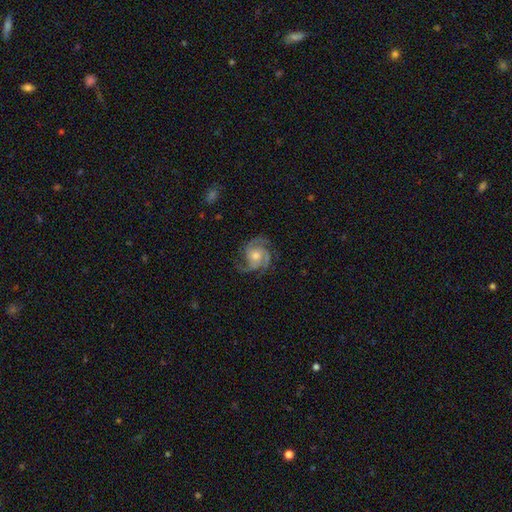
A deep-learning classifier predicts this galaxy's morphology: Smooth or featured: featured or disk — 89% (smooth — 5%)
Edge-on disk: no — 98% (yes — 2%)
Bar: no — 71% (weak — 24%)
Spiral arms: yes — 98% (no — 2%)
Spiral winding: tight — 49% (medium — 44%)
Spiral arm count: 3 — 61% (2 — 13%)
Bulge size: moderate — 64% (small — 27%)
Merging: none — 76% (minor disturbance — 16%)